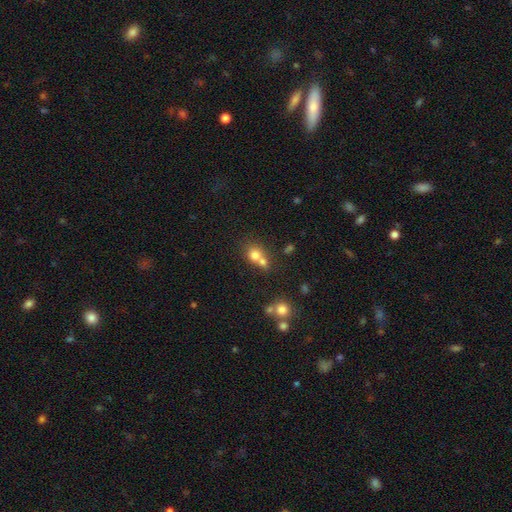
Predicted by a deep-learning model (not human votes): Smooth or featured? smooth (71%)
How rounded? round (77%)
Merging? merger (51%)